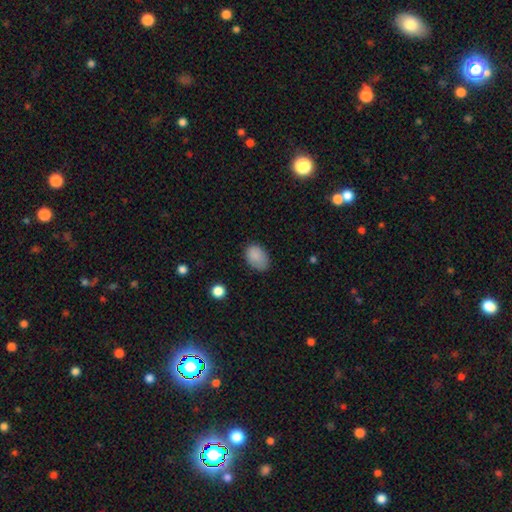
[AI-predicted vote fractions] The model was most divided on "merging": none: 71%, minor disturbance: 23%, major disturbance: 5%, merger: 1%. More confident: smooth or featured — smooth (87%); how rounded — in between (85%).